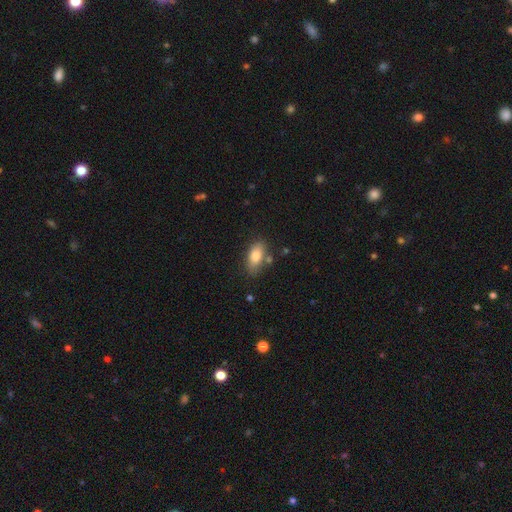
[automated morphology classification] Q: Smooth or featured?
A: smooth (81%); runner-up: featured or disk (11%)
Q: How rounded?
A: in between (88%); runner-up: cigar-shaped (8%)
Q: Merging?
A: none (72%); runner-up: minor disturbance (17%)